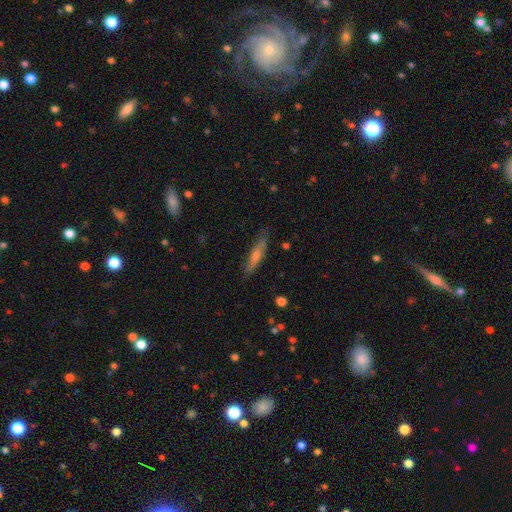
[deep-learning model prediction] A smooth galaxy with no disk features (51%) that is cigar-shaped (87%). Merging: none (82%).